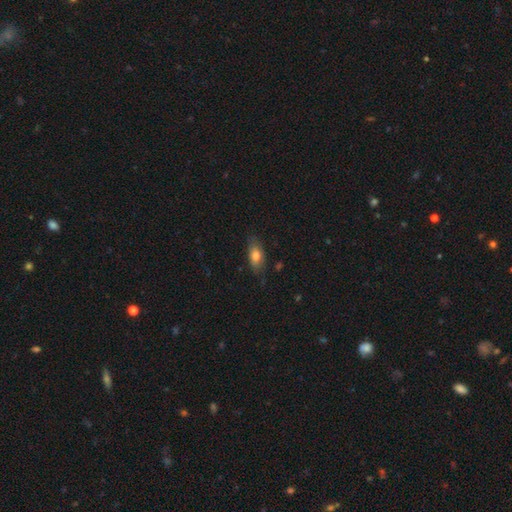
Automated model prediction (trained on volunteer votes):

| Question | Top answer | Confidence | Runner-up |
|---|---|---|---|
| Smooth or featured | smooth | 77% | featured or disk (16%) |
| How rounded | in between | 84% | cigar-shaped (10%) |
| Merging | none | 74% | minor disturbance (20%) |